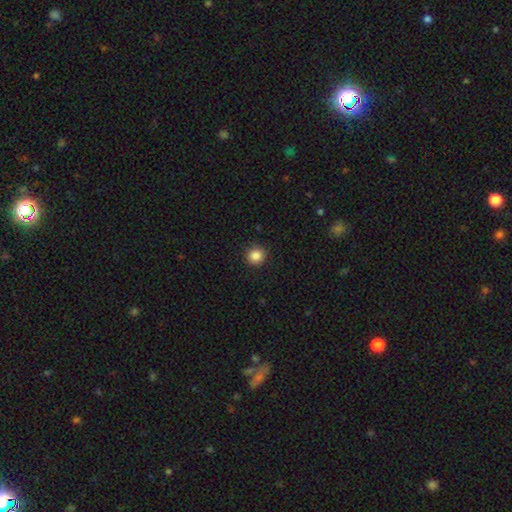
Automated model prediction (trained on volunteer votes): This appears to be a smooth galaxy with no disk features (86%) that is round (94%). Merging: none (91%).